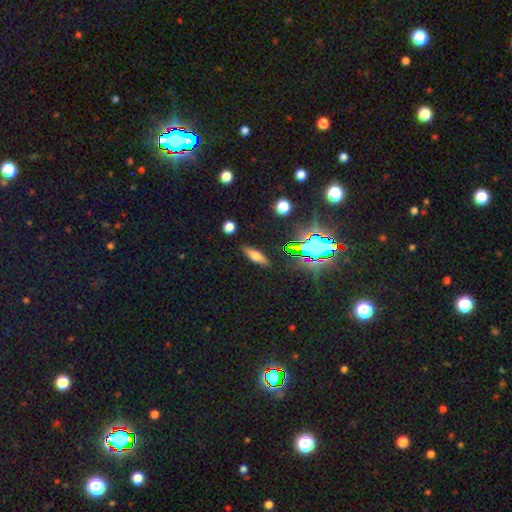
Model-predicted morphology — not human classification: smooth-or-featured: smooth: 65% | featured or disk: 19% | star or artifact: 16%
  how-rounded: in between: 58% | cigar-shaped: 38% | round: 4%
  merging: none: 84% | minor disturbance: 11% | major disturbance: 3% | merger: 2%